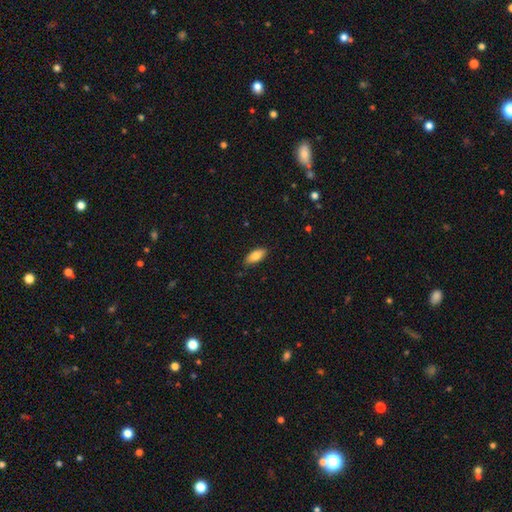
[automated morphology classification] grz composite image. It shows a smooth galaxy with no disk features (82%) that is in between round and cigar-shaped (84%). Merging: none (84%).